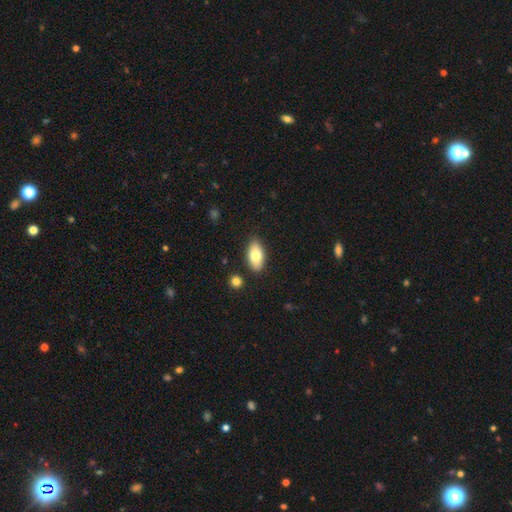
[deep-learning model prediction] Morphology: type=smooth (76%); roundness=in between (92%); merging=none (84%).